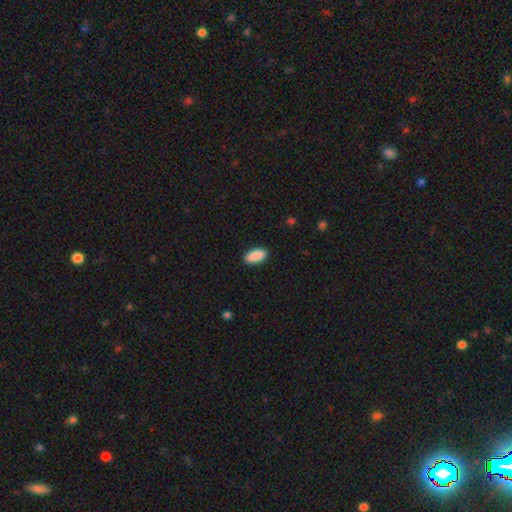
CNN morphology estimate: This is clearly a smooth galaxy (90%). How rounded: clearly in between (92%). Merging: clearly none (90%).